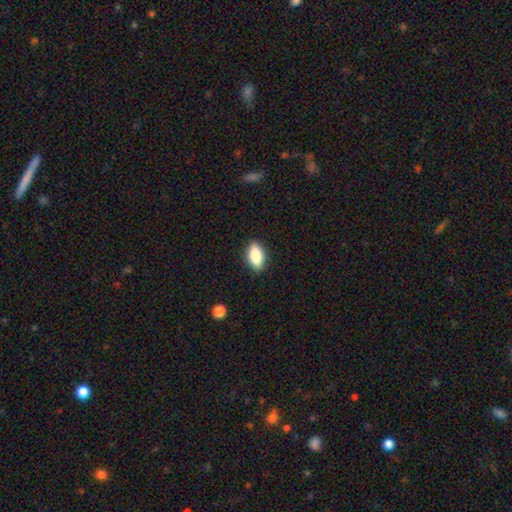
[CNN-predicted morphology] Q: Smooth or featured?
A: smooth (82%); runner-up: featured or disk (11%)
Q: How rounded?
A: in between (89%); runner-up: round (6%)
Q: Merging?
A: none (88%); runner-up: minor disturbance (9%)